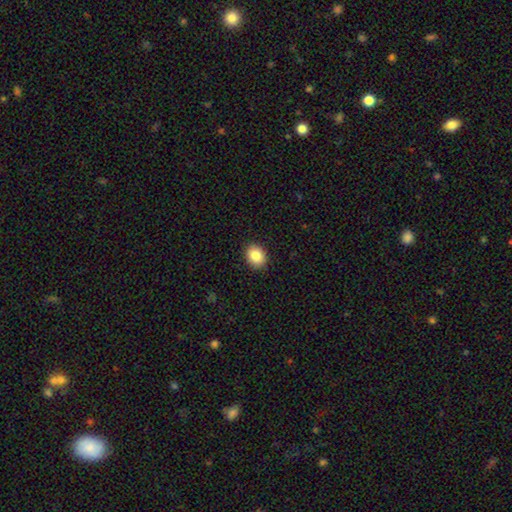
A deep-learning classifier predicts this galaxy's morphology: type=smooth (87%); roundness=in between (53%); merging=none (90%).